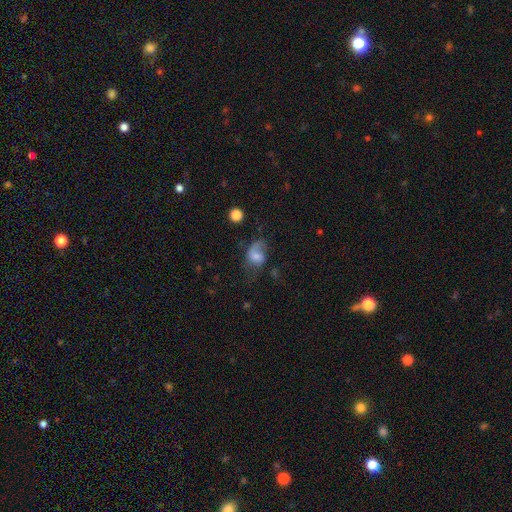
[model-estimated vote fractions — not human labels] This appears to be a smooth galaxy with no disk features (55%) that is in between round and cigar-shaped (73%). Merging: major disturbance (41%).